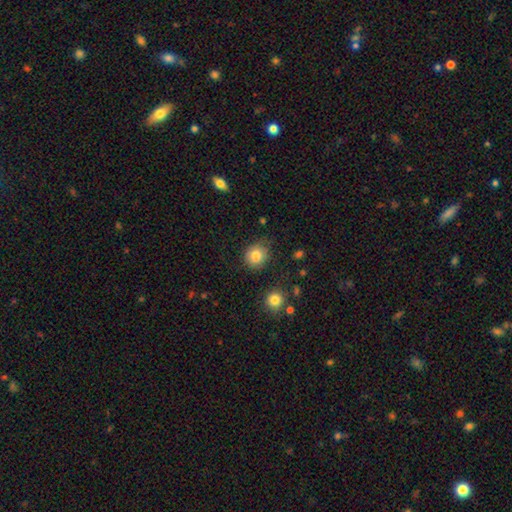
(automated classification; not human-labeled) A smooth galaxy with no disk features (82%) that is round (81%).

Vote fractions:
- Smooth or featured? smooth: 82% / star or artifact: 10% / featured or disk: 7%
- How rounded? round: 81% / in between: 19% / cigar-shaped: 1%
- Merging? none: 77% / minor disturbance: 16% / major disturbance: 4% / merger: 3%